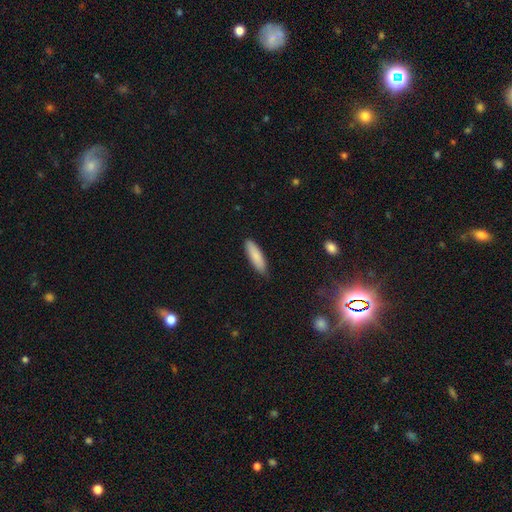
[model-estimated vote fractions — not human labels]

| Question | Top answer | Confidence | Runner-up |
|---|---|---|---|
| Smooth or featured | smooth | 86% | featured or disk (8%) |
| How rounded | cigar-shaped | 59% | in between (39%) |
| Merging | none | 84% | minor disturbance (13%) |